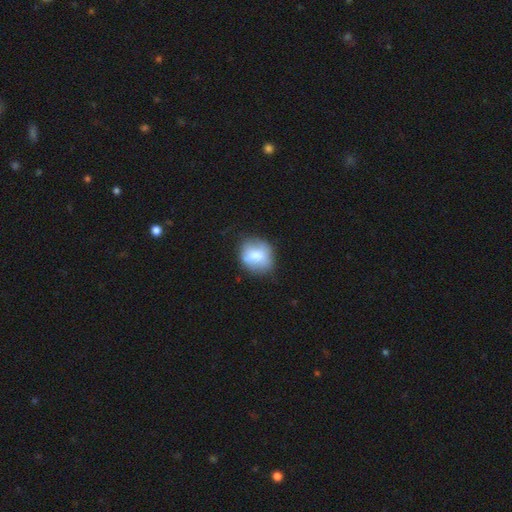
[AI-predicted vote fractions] Q: Smooth or featured?
A: smooth (71%); runner-up: featured or disk (21%)
Q: How rounded?
A: round (61%); runner-up: in between (38%)
Q: Merging?
A: none (66%); runner-up: minor disturbance (25%)